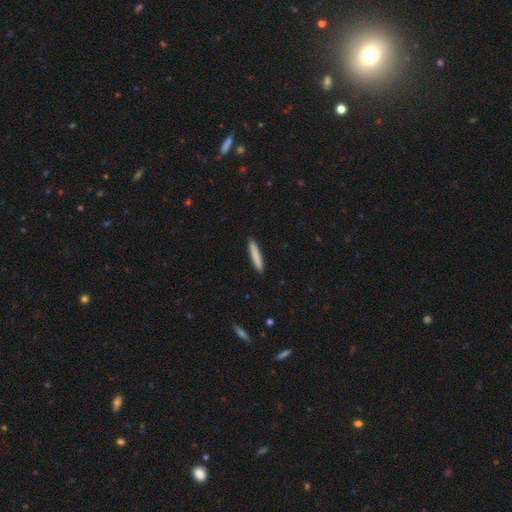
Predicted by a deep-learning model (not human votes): Smooth or featured? smooth (82%)
How rounded? cigar-shaped (94%)
Merging? none (92%)